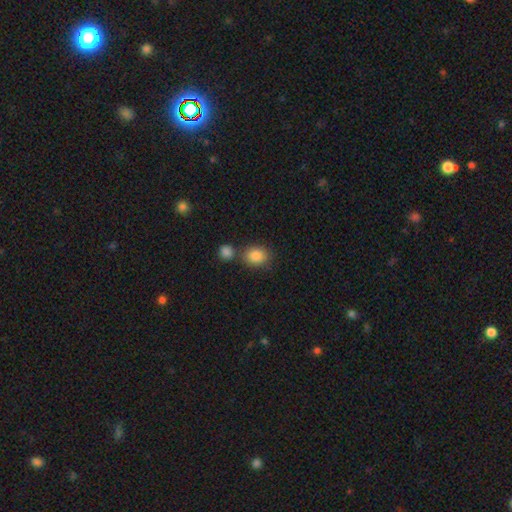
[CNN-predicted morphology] smooth 87%, star or artifact 8%, featured or disk 5%. Down the decision tree: how rounded — in between (55%); merging — none (59%).